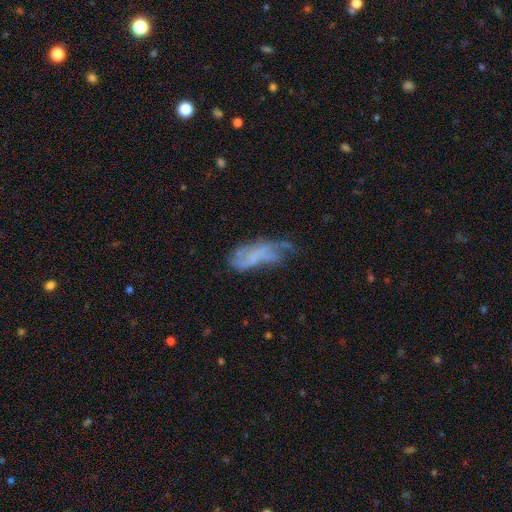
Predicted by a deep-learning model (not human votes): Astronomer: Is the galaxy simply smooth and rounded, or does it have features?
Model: featured or disk — 51% (runner-up: smooth, 38%).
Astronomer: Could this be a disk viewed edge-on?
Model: no — 90%.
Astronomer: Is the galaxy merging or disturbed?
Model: major disturbance — 34% (runner-up: none, 31%).